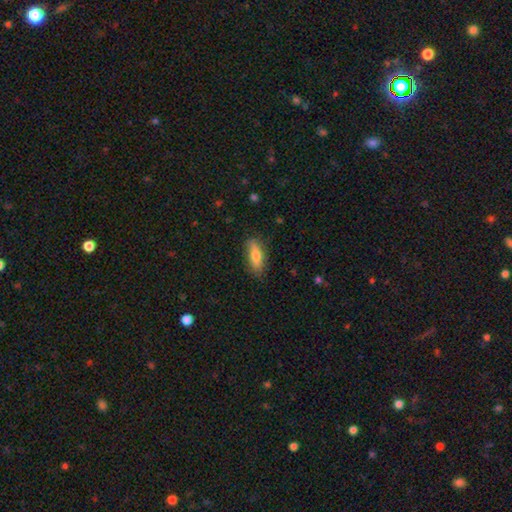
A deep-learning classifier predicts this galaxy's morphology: This appears to be a smooth galaxy with no disk features (72%) that is in between round and cigar-shaped (64%). Merging: none (79%).